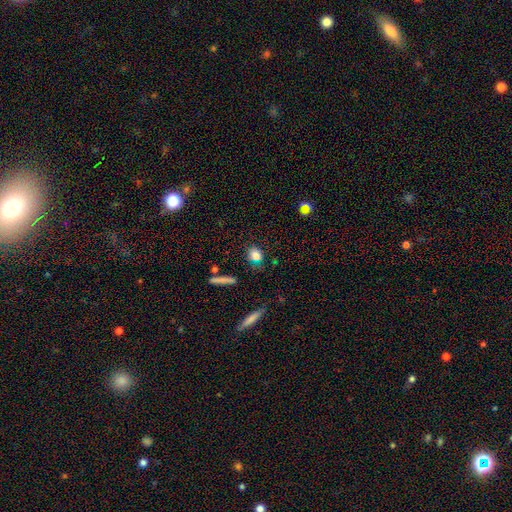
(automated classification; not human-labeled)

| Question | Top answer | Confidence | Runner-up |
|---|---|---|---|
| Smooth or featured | smooth | 82% | star or artifact (10%) |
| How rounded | round | 53% | in between (43%) |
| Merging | none | 75% | minor disturbance (16%) |